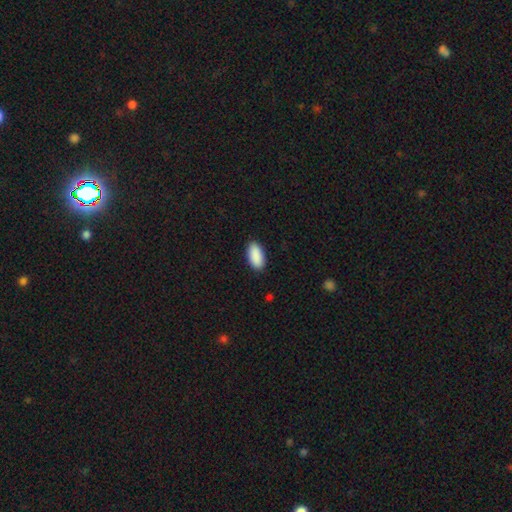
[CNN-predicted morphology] Smooth or featured: smooth — 92% (star or artifact — 6%)
How rounded: in between — 94% (cigar-shaped — 4%)
Merging: none — 90% (minor disturbance — 8%)